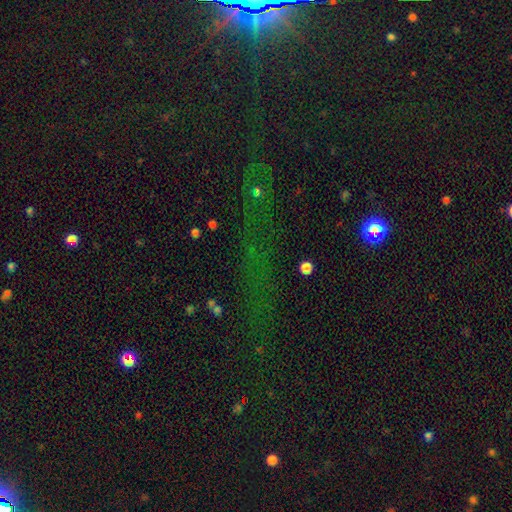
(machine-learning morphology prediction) Overall: star or artifact (75%).